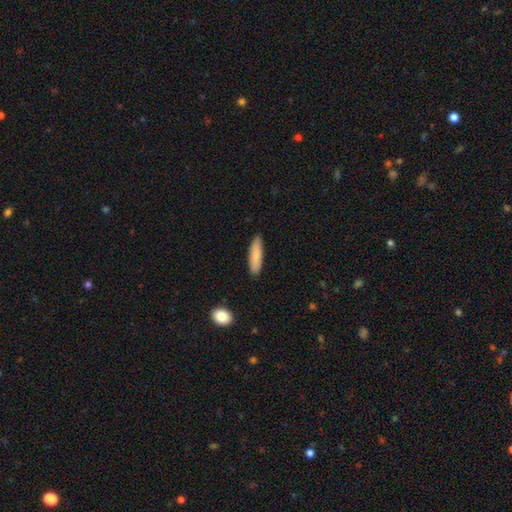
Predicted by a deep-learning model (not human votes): Smooth or featured? Predicted: smooth (p=0.85). How rounded? Predicted: cigar-shaped (p=0.73). Merging? Predicted: none (p=0.87).